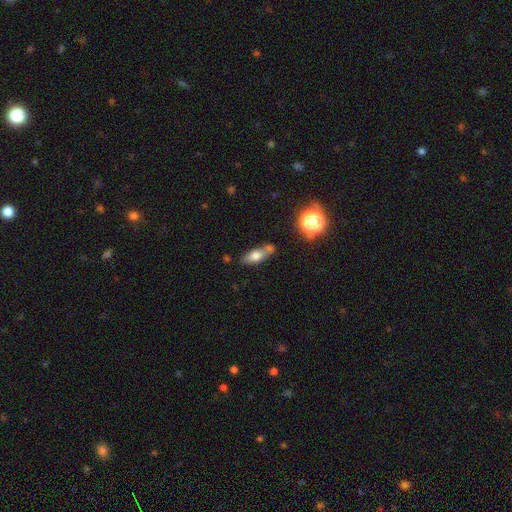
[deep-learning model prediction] smooth 66%, featured or disk 24%, star or artifact 11%. Down the decision tree: how rounded — in between (66%); merging — none (55%).